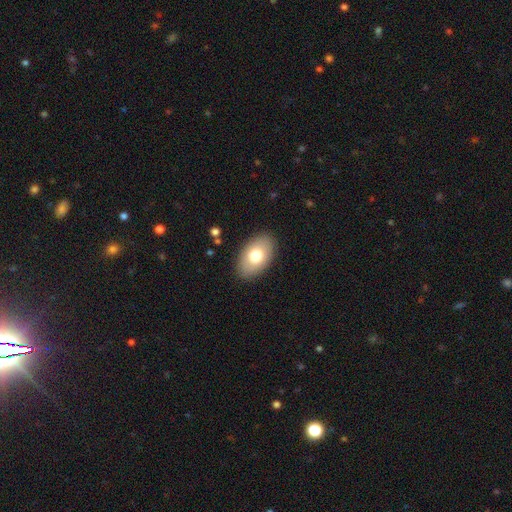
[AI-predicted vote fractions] Overall: smooth (74%). How rounded: in between (92%). Merging: none (88%).